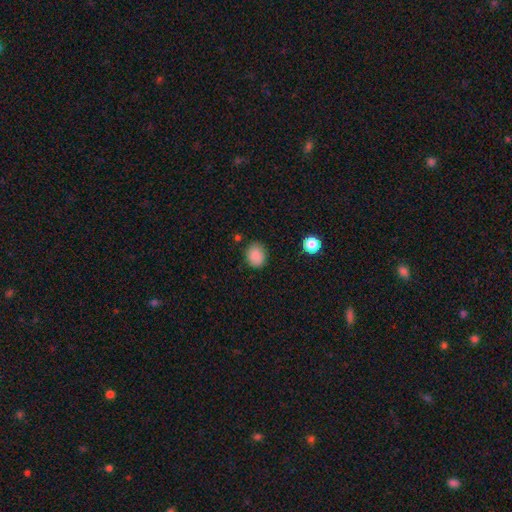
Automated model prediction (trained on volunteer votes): This is clearly a smooth galaxy (86%). How rounded: possibly round (60%). Merging: clearly none (82%).